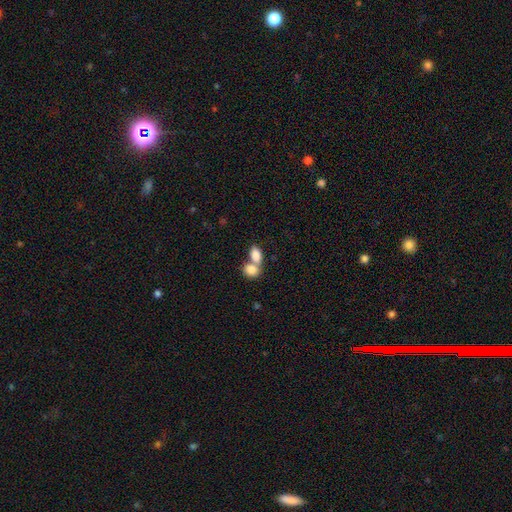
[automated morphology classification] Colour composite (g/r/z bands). It shows a smooth galaxy with no disk features (83%) that is in between round and cigar-shaped (80%). Merging: merger (65%).